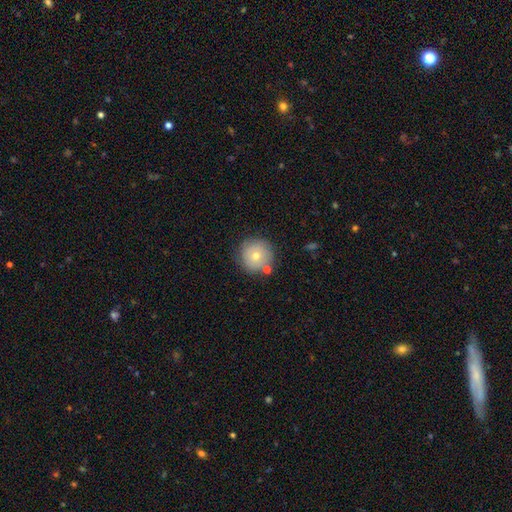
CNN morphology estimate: The model was most divided on "smooth or featured": smooth: 68%, featured or disk: 22%, star or artifact: 11%. More confident: how rounded — round (95%); merging — none (81%).